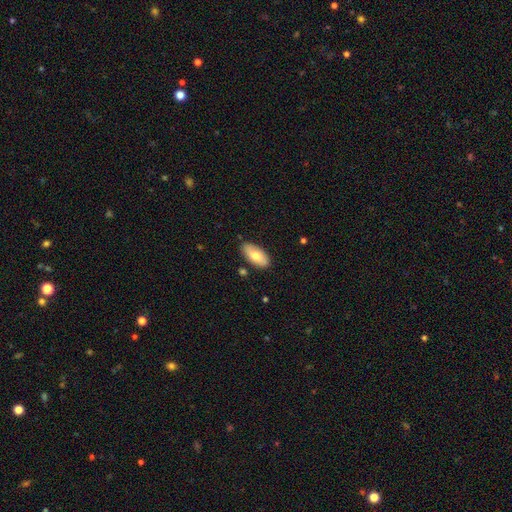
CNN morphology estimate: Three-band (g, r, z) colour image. It shows a smooth galaxy with no disk features (74%) that is in between round and cigar-shaped (92%). Merging: none (84%).